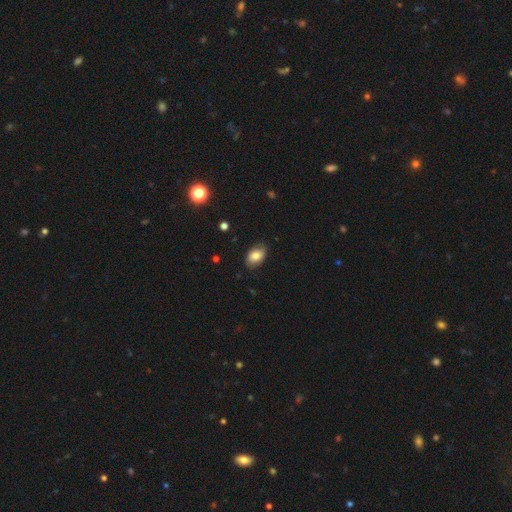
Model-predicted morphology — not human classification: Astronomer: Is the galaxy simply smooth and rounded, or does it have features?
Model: smooth — 82%.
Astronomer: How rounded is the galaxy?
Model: in between — 88%.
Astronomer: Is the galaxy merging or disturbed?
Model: none — 81%.